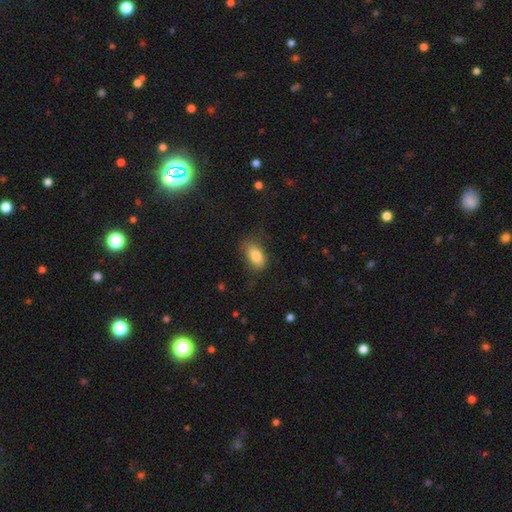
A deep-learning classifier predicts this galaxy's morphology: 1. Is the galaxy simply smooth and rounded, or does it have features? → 82% smooth, 11% featured or disk, 7% star or artifact.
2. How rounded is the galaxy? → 91% in between, 5% round, 4% cigar-shaped.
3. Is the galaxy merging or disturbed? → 67% none, 22% minor disturbance, 9% major disturbance, 1% merger.